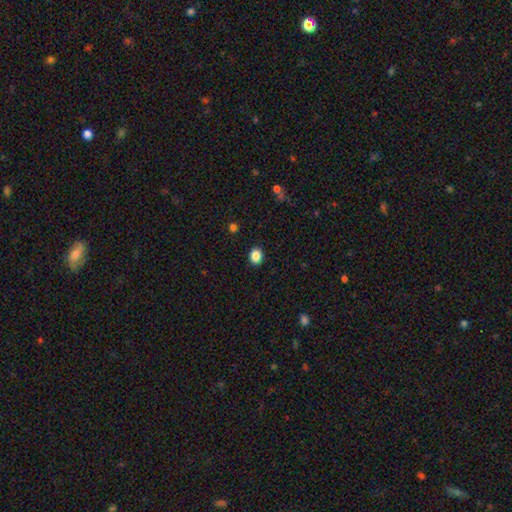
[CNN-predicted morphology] smooth_or_featured: smooth (p=0.86) [alt: star or artifact p=0.10]
how_rounded: round (p=0.54) [alt: in between p=0.45]
merging: none (p=0.91) [alt: minor disturbance p=0.06]